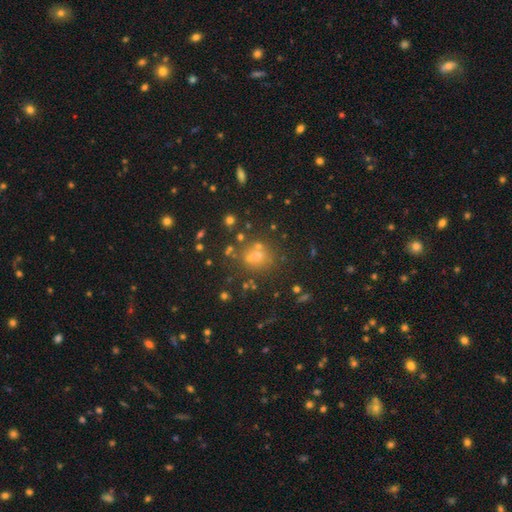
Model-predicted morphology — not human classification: smooth-or-featured: smooth: 50% | star or artifact: 35% | featured or disk: 15%
  how-rounded: round: 68% | in between: 30% | cigar-shaped: 2%
  merging: none: 67% | merger: 14% | minor disturbance: 13% | major disturbance: 6%